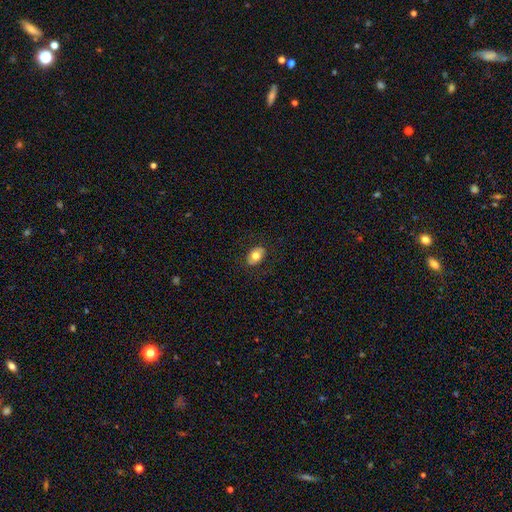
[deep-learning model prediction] This is likely a smooth galaxy (71%). How rounded: clearly in between (80%). Merging: clearly none (83%).